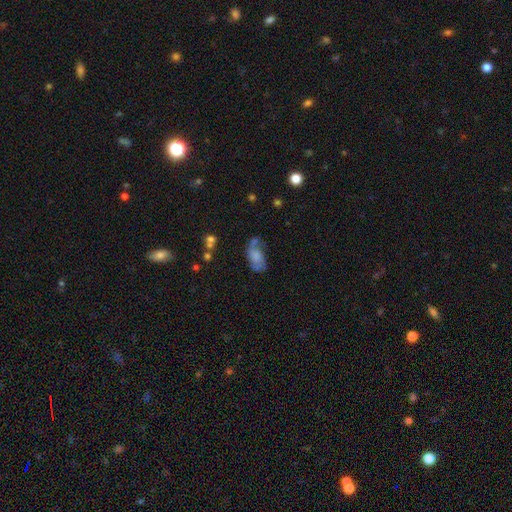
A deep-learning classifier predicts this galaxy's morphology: A smooth galaxy with no disk features (54%) that is in between round and cigar-shaped (90%).

Vote fractions:
- Smooth or featured? smooth: 54% / featured or disk: 36% / star or artifact: 10%
- How rounded? in between: 90% / round: 5% / cigar-shaped: 5%
- Merging? none: 41% / minor disturbance: 28% / major disturbance: 19% / merger: 11%